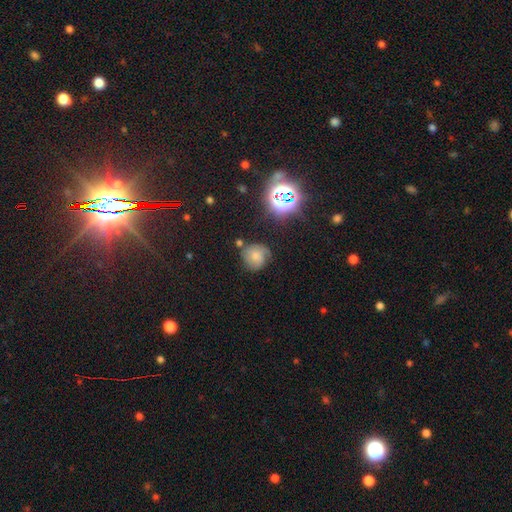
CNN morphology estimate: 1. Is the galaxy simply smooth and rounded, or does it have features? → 48% smooth, 35% featured or disk, 17% star or artifact.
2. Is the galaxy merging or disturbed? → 54% none, 27% minor disturbance, 13% major disturbance, 6% merger.